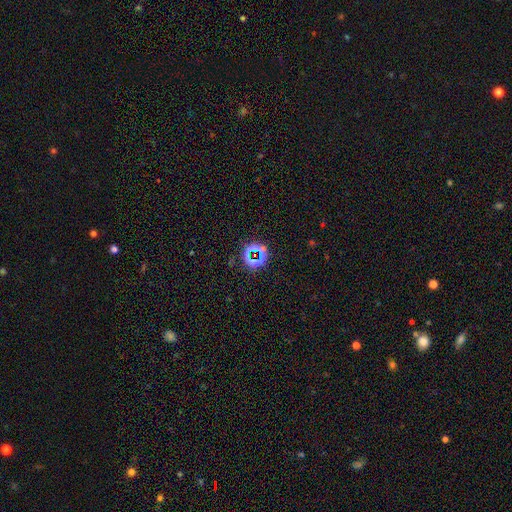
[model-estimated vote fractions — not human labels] star or artifact 71%, smooth 20%, featured or disk 9%.